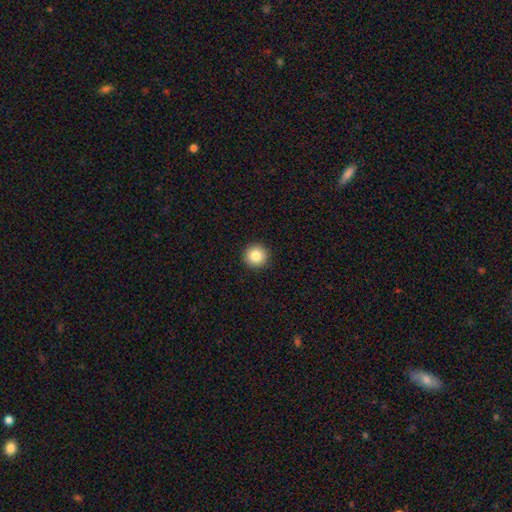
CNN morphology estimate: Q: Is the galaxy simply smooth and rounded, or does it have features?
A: smooth — 84%.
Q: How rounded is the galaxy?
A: round — 95%.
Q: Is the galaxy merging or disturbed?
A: none — 93%.